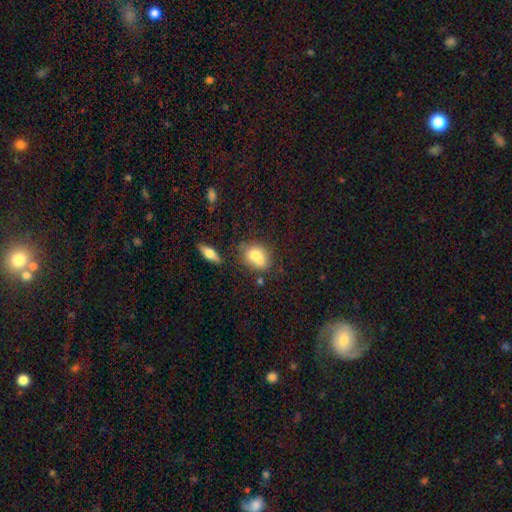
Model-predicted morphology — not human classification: This is likely a smooth galaxy (69%). How rounded: possibly in between (57%). Merging: marginally merger (44%).